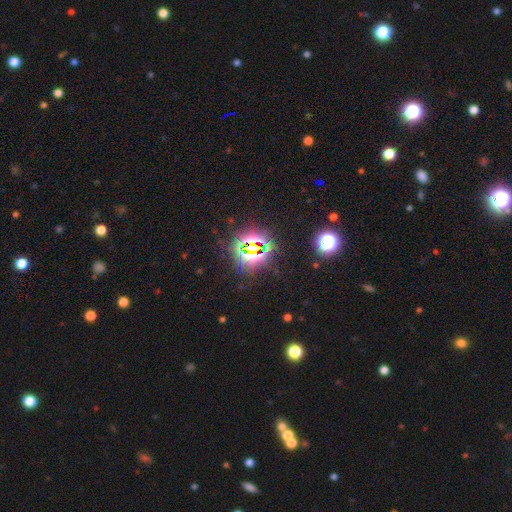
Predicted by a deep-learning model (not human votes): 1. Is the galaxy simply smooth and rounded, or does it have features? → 81% star or artifact, 11% smooth, 8% featured or disk.